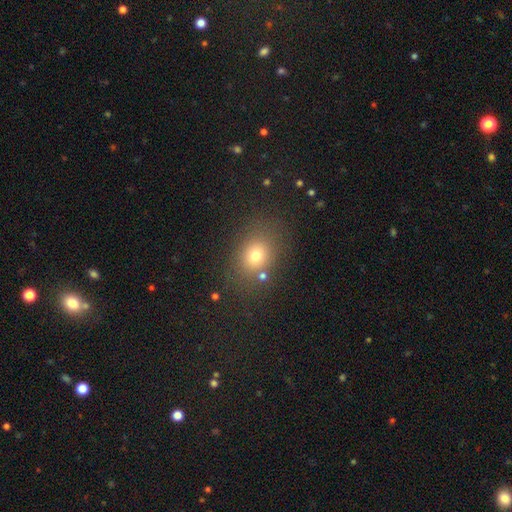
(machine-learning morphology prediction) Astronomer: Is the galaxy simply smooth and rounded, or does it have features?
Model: smooth — 72%.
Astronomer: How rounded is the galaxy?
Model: round — 49%, tied with in between at 49%.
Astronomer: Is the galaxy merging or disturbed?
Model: none — 77%.